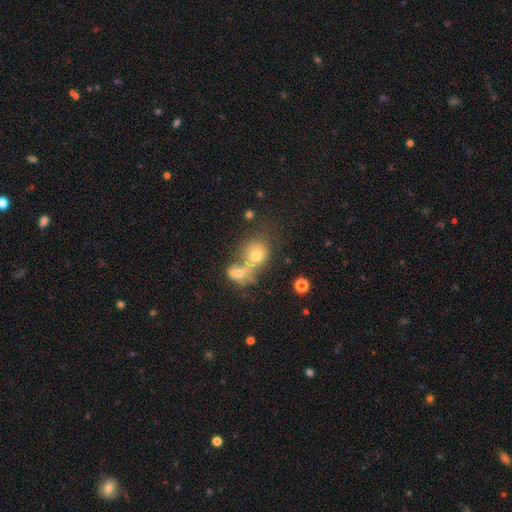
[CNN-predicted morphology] This is likely a smooth galaxy (61%). How rounded: likely round (67%). Merging: likely merger (65%).